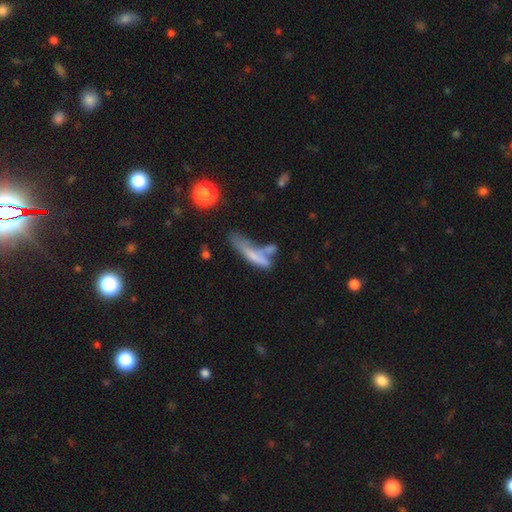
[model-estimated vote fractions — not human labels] The model was most divided on "merging": merger: 32%, none: 27%, major disturbance: 23%, minor disturbance: 18%. More confident: how rounded — cigar-shaped (75%); smooth or featured — smooth (60%).